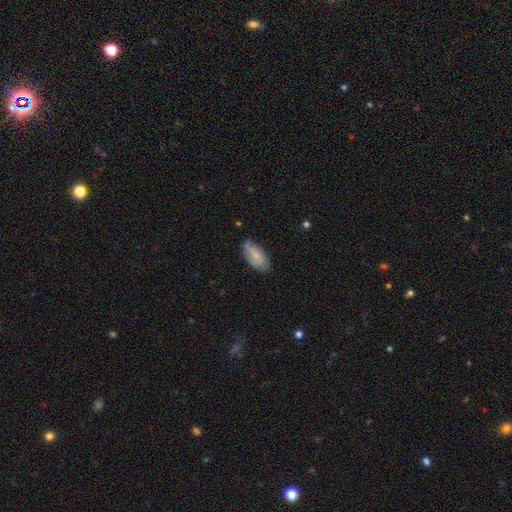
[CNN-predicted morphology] smooth 66%, featured or disk 28%, star or artifact 7%. Down the decision tree: how rounded — in between (90%); merging — none (68%).